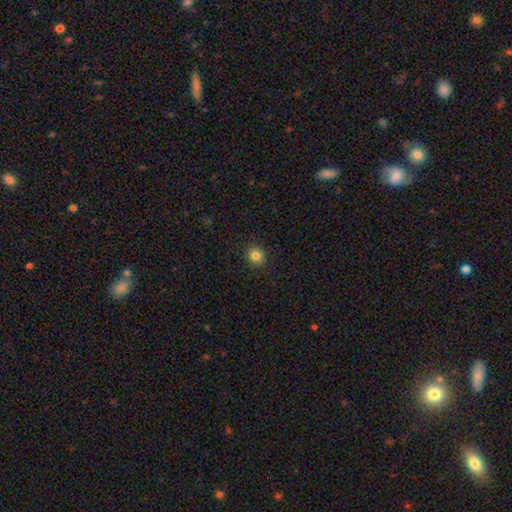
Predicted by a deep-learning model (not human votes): Smooth or featured: smooth — 83% (star or artifact — 12%)
How rounded: round — 89% (in between — 11%)
Merging: none — 92% (minor disturbance — 5%)